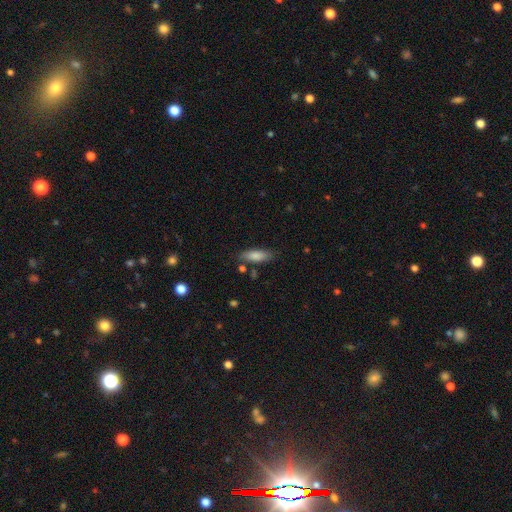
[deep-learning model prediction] Morphology: type=smooth (84%); roundness=in between (65%); merging=none (78%).